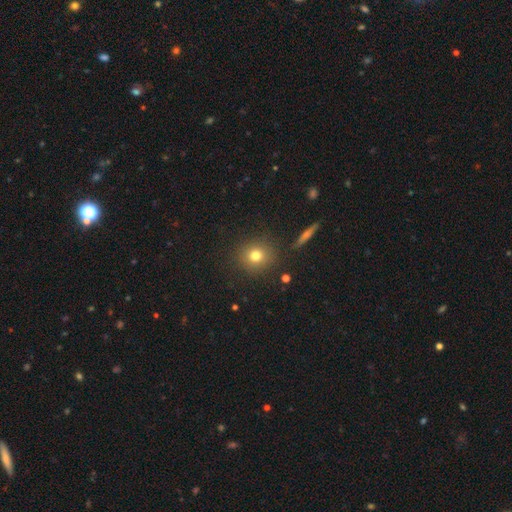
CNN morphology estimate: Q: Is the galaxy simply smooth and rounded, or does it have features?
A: smooth — 76%.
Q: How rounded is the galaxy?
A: round — 87%.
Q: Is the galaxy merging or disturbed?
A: none — 87%.